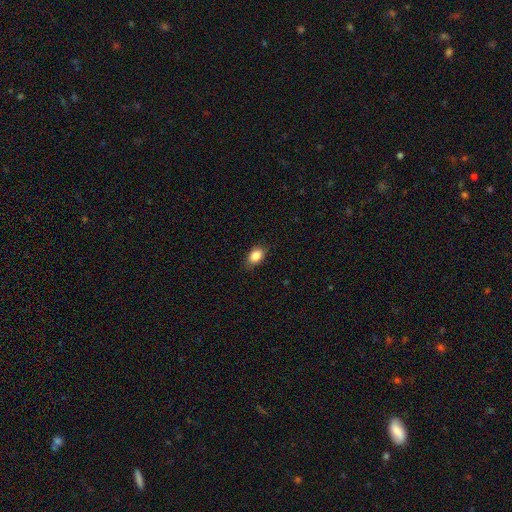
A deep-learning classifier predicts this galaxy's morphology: A smooth galaxy with no disk features (86%) that is in between round and cigar-shaped (79%). Merging: none (82%).